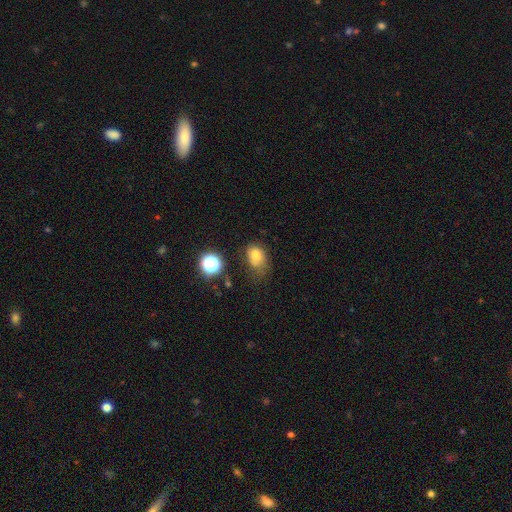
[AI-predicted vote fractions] A smooth galaxy with no disk features (72%) that is in between round and cigar-shaped (69%).

Vote fractions:
- Smooth or featured? smooth: 72% / star or artifact: 15% / featured or disk: 13%
- How rounded? in between: 69% / round: 30% / cigar-shaped: 1%
- Merging? none: 42% / minor disturbance: 32% / major disturbance: 18% / merger: 7%